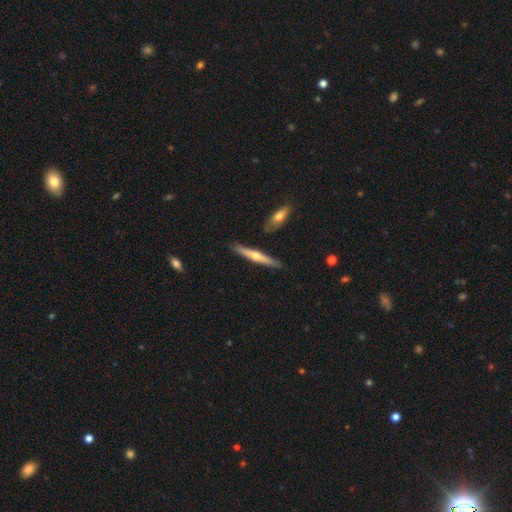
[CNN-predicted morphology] Smooth or featured: featured or disk — 57% (smooth — 37%)
Edge-on disk: yes — 95% (no — 5%)
Edge-on bulge: rounded — 89% (none — 9%)
Merging: none — 87% (minor disturbance — 8%)